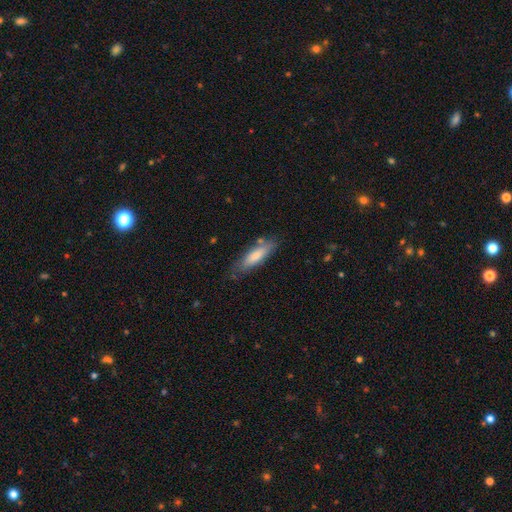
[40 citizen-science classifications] A smooth galaxy with no disk features (82%) that is cigar-shaped (64%). Merging: none (82%).